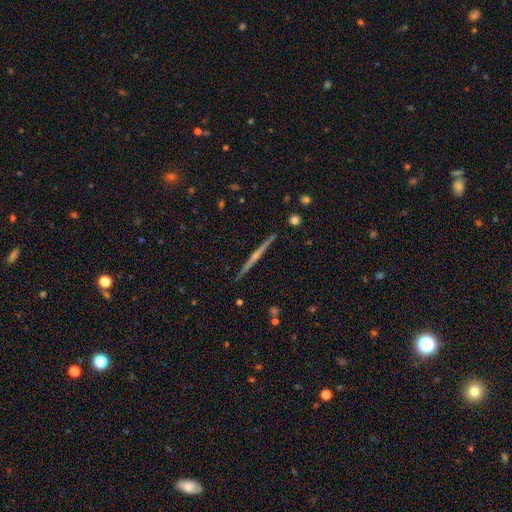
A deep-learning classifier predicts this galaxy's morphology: Smooth or featured? featured or disk (79%)
Edge-on disk? yes (99%)
Edge-on bulge? rounded (66%)
Merging? none (92%)